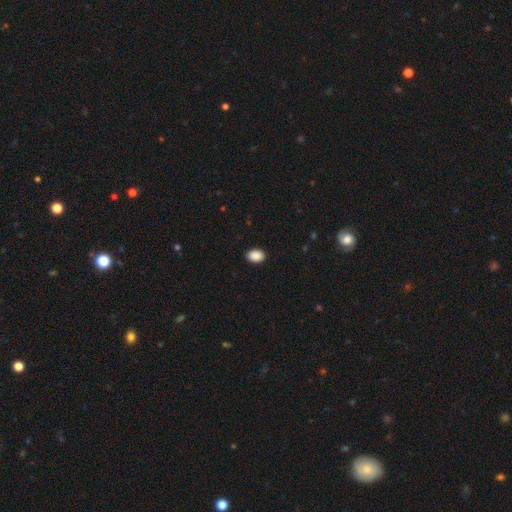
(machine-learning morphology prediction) Smooth or featured: smooth — 90% (star or artifact — 8%)
How rounded: in between — 80% (round — 19%)
Merging: none — 90% (minor disturbance — 7%)